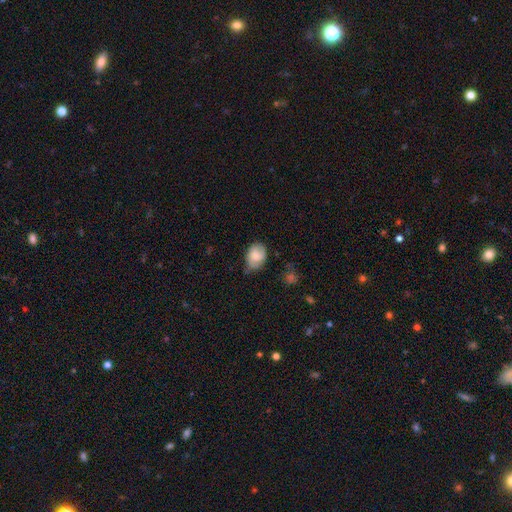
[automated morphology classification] A smooth galaxy with no disk features (70%) that is in between round and cigar-shaped (73%).

Vote fractions:
- Smooth or featured? smooth: 70% / featured or disk: 23% / star or artifact: 8%
- How rounded? in between: 73% / round: 26% / cigar-shaped: 1%
- Merging? none: 58% / minor disturbance: 33% / major disturbance: 7% / merger: 2%